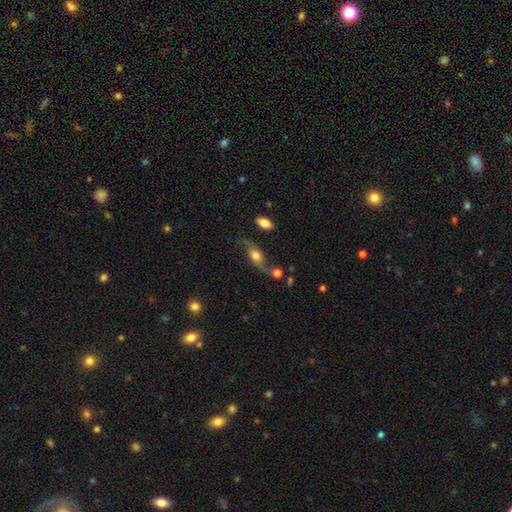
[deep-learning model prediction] featured or disk 71%, smooth 21%, star or artifact 8%. Down the decision tree: edge-on disk — no (87%); bar — no (66%); spiral arms — yes (91%); spiral arm count — 2 (91%); spiral winding — loose (90%); bulge size — moderate (53%); merging — none (57%).